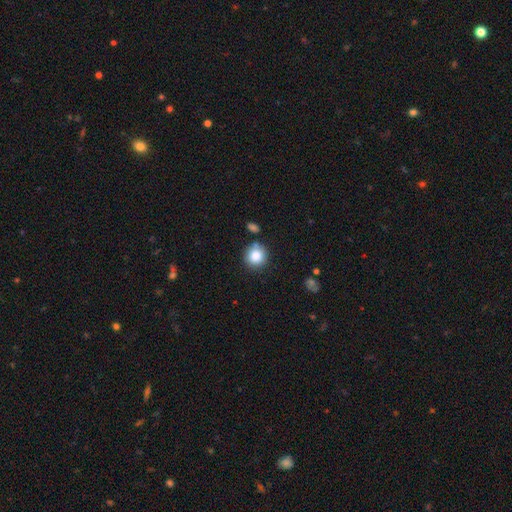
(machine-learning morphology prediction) type=smooth (84%); roundness=round (91%); merging=none (78%).